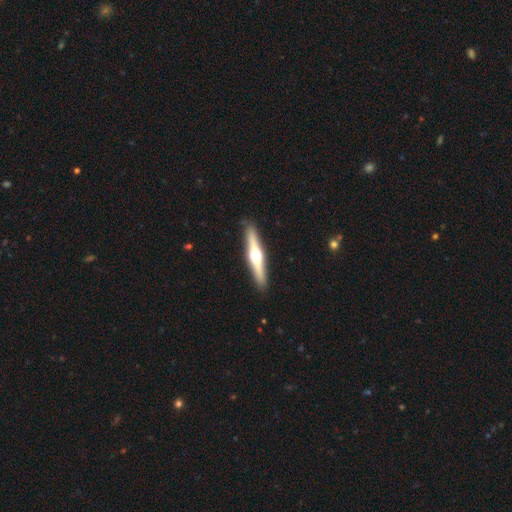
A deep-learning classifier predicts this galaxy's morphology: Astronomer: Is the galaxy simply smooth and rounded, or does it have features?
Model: featured or disk — 67%.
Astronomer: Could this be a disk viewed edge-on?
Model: yes — 97%.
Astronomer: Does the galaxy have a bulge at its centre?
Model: rounded — 95%.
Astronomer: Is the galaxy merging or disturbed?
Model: none — 90%.